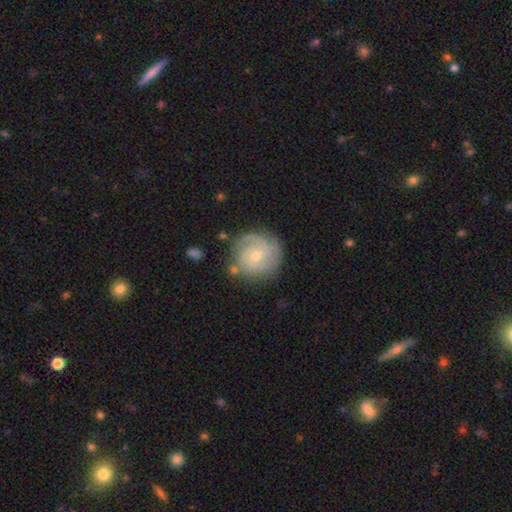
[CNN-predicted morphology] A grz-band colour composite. It shows a featured or disk galaxy (79%) with no bar (64%), 3 (34%) tight (66%) spiral arms (95%) and a small central bulge (59%). Merging: none (77%).